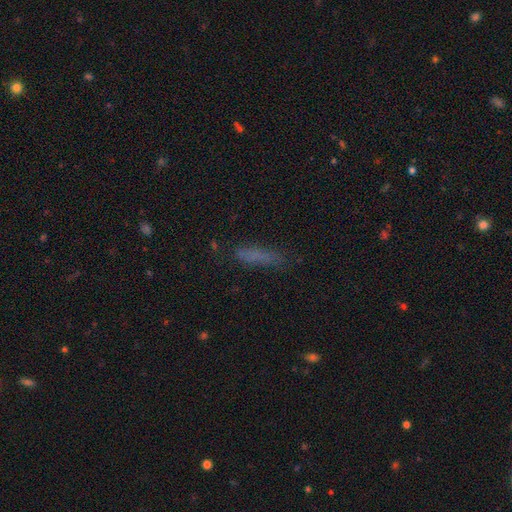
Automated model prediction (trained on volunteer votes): The model was most divided on "merging": none: 67%, minor disturbance: 21%, major disturbance: 9%, merger: 3%. More confident: how rounded — cigar-shaped (77%); smooth or featured — smooth (71%).